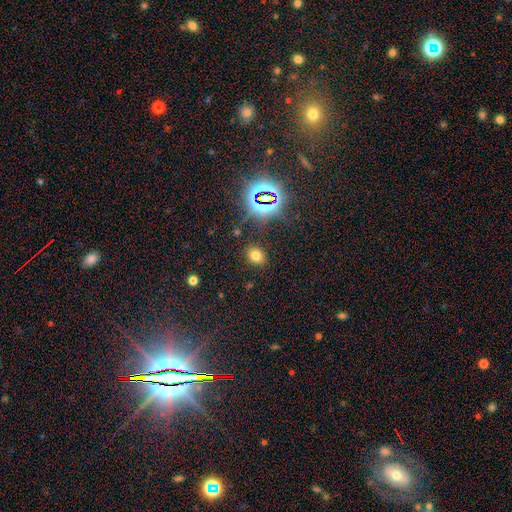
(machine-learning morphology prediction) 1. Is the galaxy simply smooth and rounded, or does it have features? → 69% smooth, 24% star or artifact, 7% featured or disk.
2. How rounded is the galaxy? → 63% in between, 35% round, 1% cigar-shaped.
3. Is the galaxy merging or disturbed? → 86% none, 9% minor disturbance, 3% major disturbance, 2% merger.